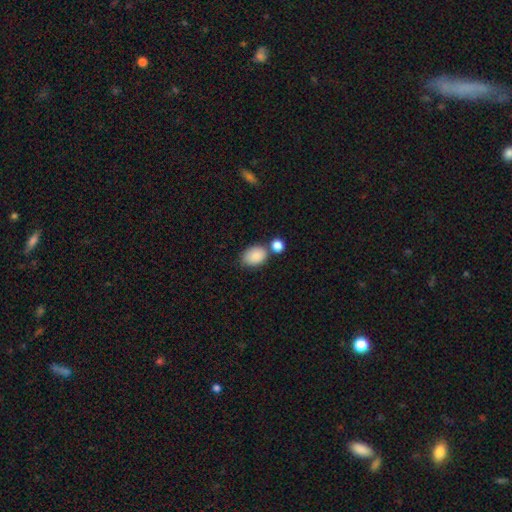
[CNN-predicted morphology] Smooth or featured?
  - smooth: 87% *
  - star or artifact: 8%
  - featured or disk: 5%
How rounded?
  - in between: 82% *
  - round: 17%
  - cigar-shaped: 1%
Merging?
  - none: 55% *
  - merger: 24%
  - minor disturbance: 17%
  - major disturbance: 5%